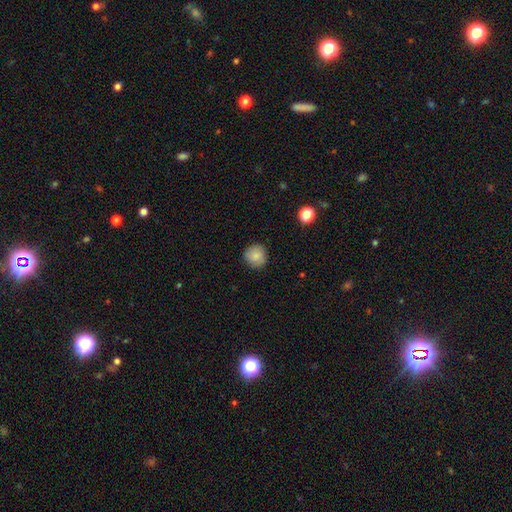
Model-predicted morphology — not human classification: type=smooth (84%); roundness=round (92%); merging=none (87%).